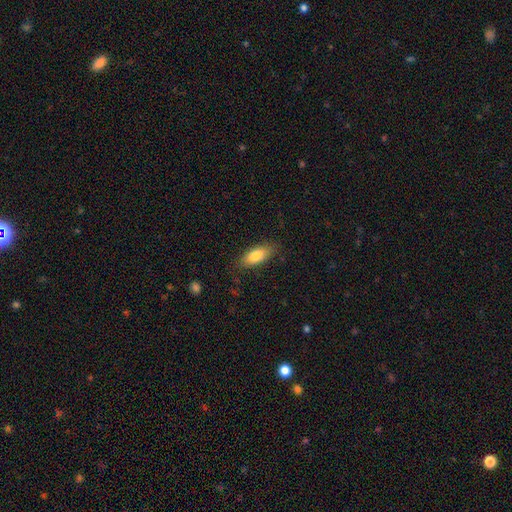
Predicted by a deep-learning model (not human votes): smooth 81%, featured or disk 13%, star or artifact 7%. Down the decision tree: how rounded — in between (82%); merging — none (83%).